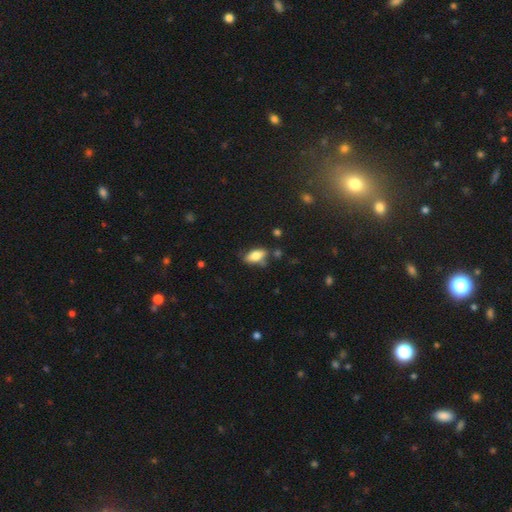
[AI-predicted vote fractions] smooth 78%, featured or disk 14%, star or artifact 8%. Down the decision tree: how rounded — in between (88%); merging — none (65%).